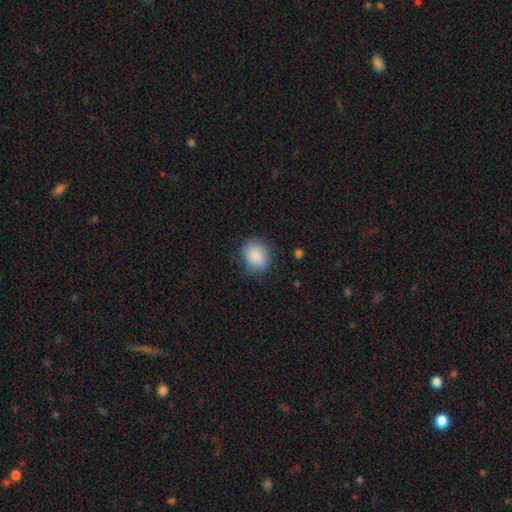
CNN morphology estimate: Overall: smooth (88%). How rounded: round (57%; in between 42%). Merging: none (80%).